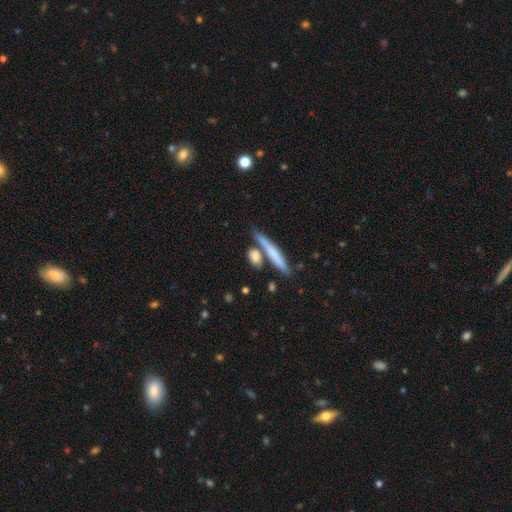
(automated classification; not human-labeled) A smooth galaxy with no disk features (71%) that is cigar-shaped (62%).

Vote fractions:
- Smooth or featured? smooth: 71% / featured or disk: 22% / star or artifact: 7%
- How rounded? cigar-shaped: 62% / in between: 23% / round: 15%
- Merging? none: 66% / merger: 19% / minor disturbance: 11% / major disturbance: 4%